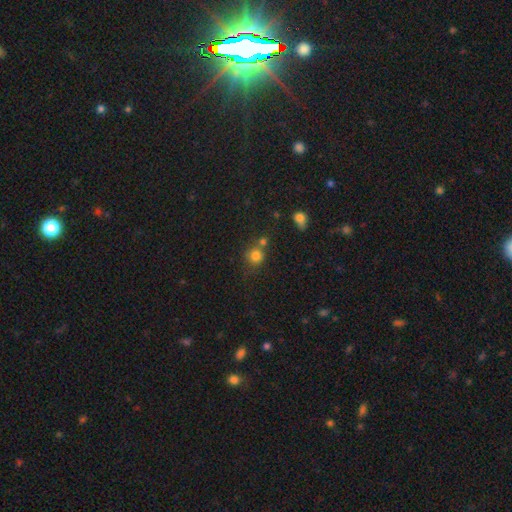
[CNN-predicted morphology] Q: Smooth or featured?
A: smooth (79%); runner-up: star or artifact (13%)
Q: How rounded?
A: round (88%); runner-up: in between (11%)
Q: Merging?
A: none (56%); runner-up: merger (28%)